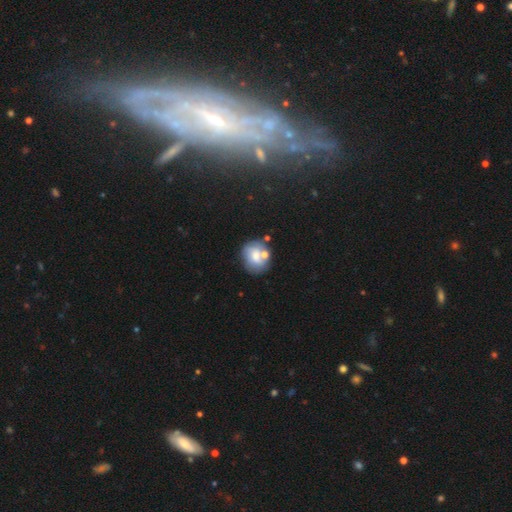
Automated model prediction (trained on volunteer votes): smooth_or_featured: smooth (p=0.58) [alt: featured or disk p=0.32]
how_rounded: round (p=0.63) [alt: in between p=0.35]
merging: none (p=0.53) [alt: merger p=0.21]